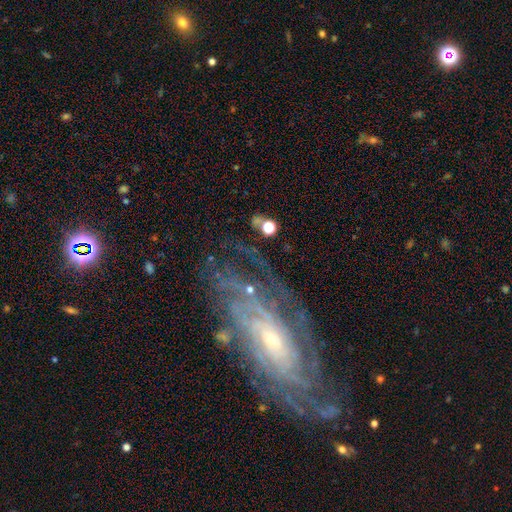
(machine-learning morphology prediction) smooth_or_featured: featured or disk (p=0.83) [alt: star or artifact p=0.09]
disk_edge_on: no (p=0.92) [alt: yes p=0.08]
bar: no (p=0.61) [alt: weak p=0.28]
has_spiral_arms: yes (p=0.94) [alt: no p=0.06]
spiral_winding: tight (p=0.70) [alt: medium p=0.24]
spiral_arm_count: can't tell (p=0.40) [alt: 4 p=0.15]
bulge_size: small (p=0.59) [alt: moderate p=0.33]
merging: none (p=0.71) [alt: minor disturbance p=0.16]